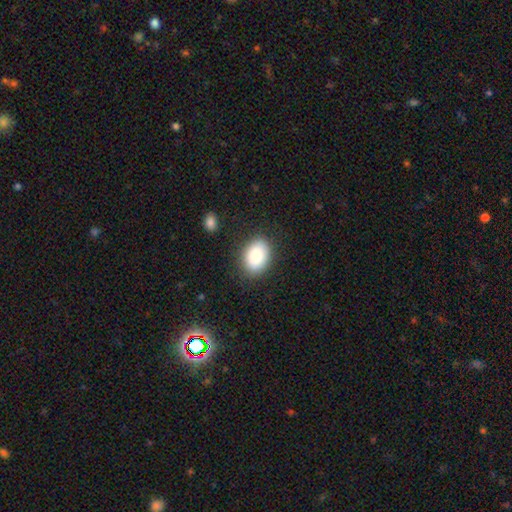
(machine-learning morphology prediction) type=smooth (84%); roundness=in between (78%); merging=none (85%).